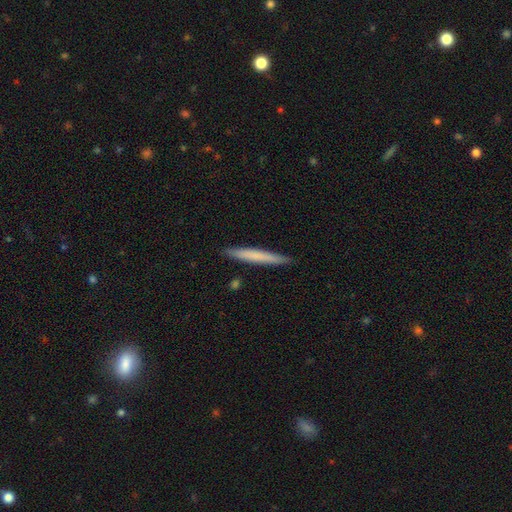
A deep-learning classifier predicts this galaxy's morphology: This is likely a smooth galaxy (68%). How rounded: clearly cigar-shaped (97%). Merging: clearly none (91%).